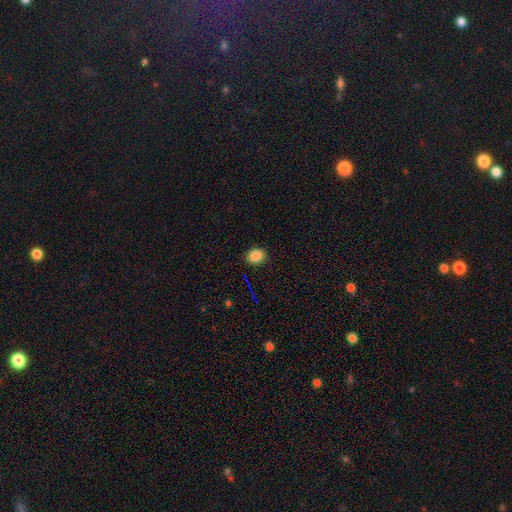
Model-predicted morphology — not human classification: A smooth galaxy with no disk features (85%) that is round (66%). Merging: none (88%).